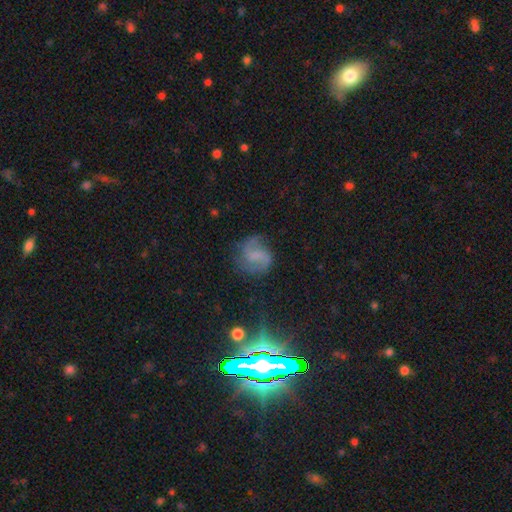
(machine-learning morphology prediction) smooth_or_featured: featured or disk (p=0.62) [alt: smooth p=0.27]
disk_edge_on: no (p=0.97) [alt: yes p=0.03]
bar: weak (p=0.45) [alt: no p=0.36]
has_spiral_arms: yes (p=0.89) [alt: no p=0.11]
spiral_winding: medium (p=0.45) [alt: loose p=0.36]
spiral_arm_count: 2 (p=0.81) [alt: can't tell p=0.09]
bulge_size: none (p=0.57) [alt: small p=0.22]
merging: none (p=0.66) [alt: minor disturbance p=0.20]